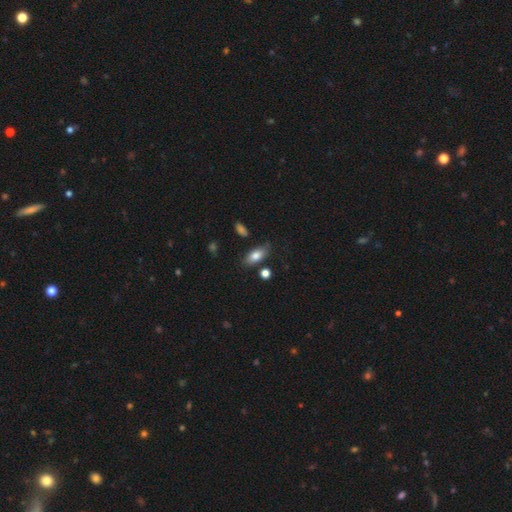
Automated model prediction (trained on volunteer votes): Smooth or featured: smooth — 79% (featured or disk — 14%)
How rounded: in between — 86% (cigar-shaped — 10%)
Merging: none — 77% (minor disturbance — 15%)